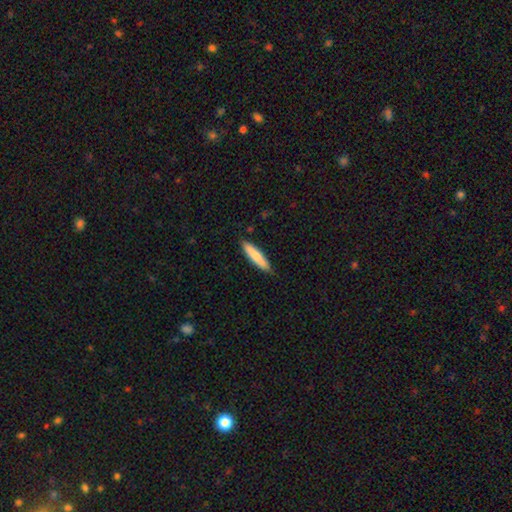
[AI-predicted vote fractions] smooth-or-featured: smooth: 79% | featured or disk: 16% | star or artifact: 5%
  how-rounded: cigar-shaped: 84% | in between: 15% | round: 1%
  merging: none: 87% | minor disturbance: 10% | major disturbance: 2% | merger: 1%